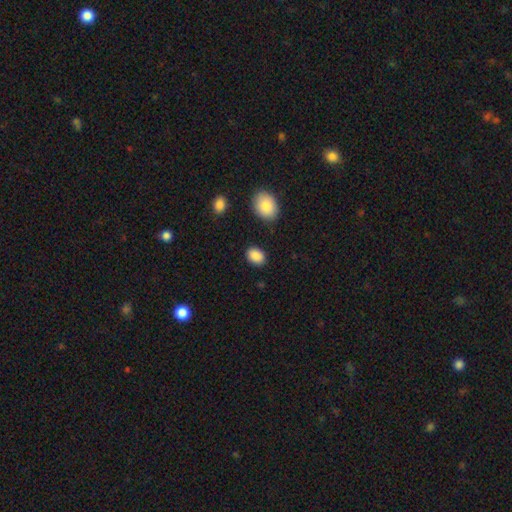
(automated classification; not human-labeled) Smooth or featured? Predicted: smooth (p=0.89). How rounded? Predicted: in between (p=0.76). Merging? Predicted: none (p=0.86).